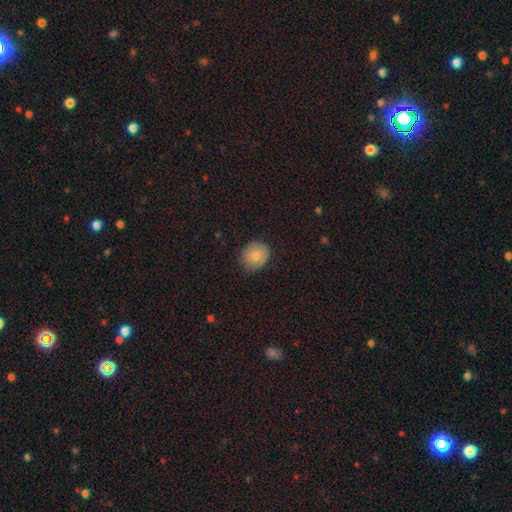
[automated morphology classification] type=smooth (78%); roundness=round (75%); merging=none (74%).